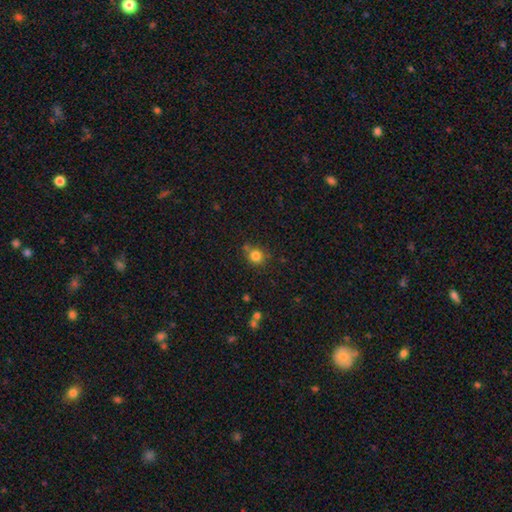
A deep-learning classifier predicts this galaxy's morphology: Smooth or featured? Predicted: smooth (p=0.81). How rounded? Predicted: round (p=0.86). Merging? Predicted: none (p=0.72).